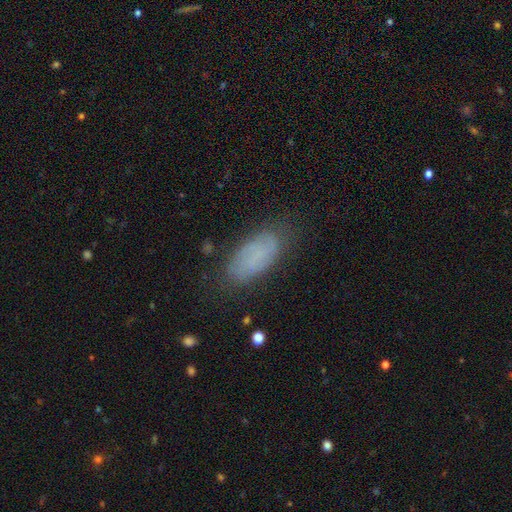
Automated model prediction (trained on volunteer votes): smooth-or-featured: smooth: 62% | featured or disk: 28% | star or artifact: 10%
  how-rounded: in between: 89% | cigar-shaped: 8% | round: 3%
  merging: none: 74% | minor disturbance: 18% | major disturbance: 6% | merger: 2%